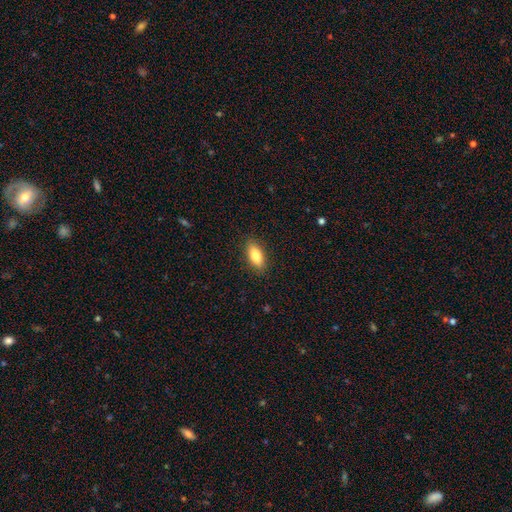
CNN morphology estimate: Smooth or featured?
  - smooth: 81% *
  - featured or disk: 12%
  - star or artifact: 7%
How rounded?
  - in between: 80% *
  - cigar-shaped: 17%
  - round: 3%
Merging?
  - none: 88% *
  - minor disturbance: 9%
  - major disturbance: 2%
  - merger: 1%